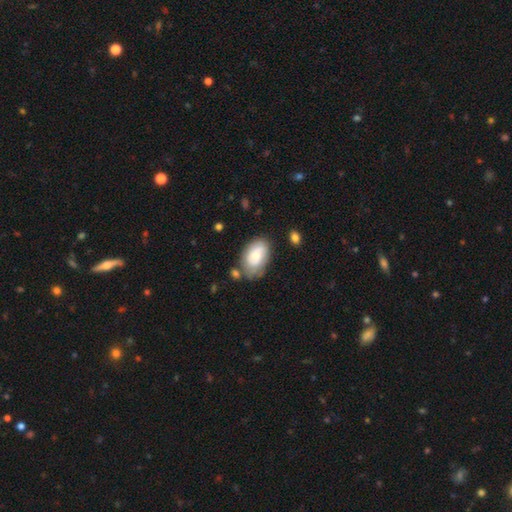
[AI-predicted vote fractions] smooth_or_featured: smooth (p=0.64) [alt: featured or disk p=0.29]
how_rounded: in between (p=0.90) [alt: round p=0.09]
merging: none (p=0.62) [alt: minor disturbance p=0.23]